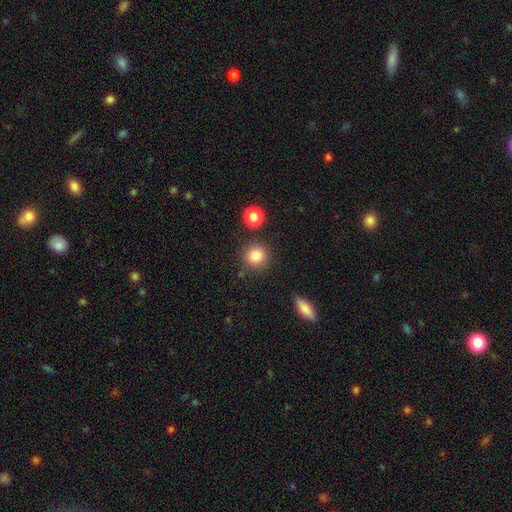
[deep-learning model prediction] Smooth or featured: smooth — 84% (star or artifact — 10%)
How rounded: round — 92% (in between — 7%)
Merging: none — 84% (minor disturbance — 9%)